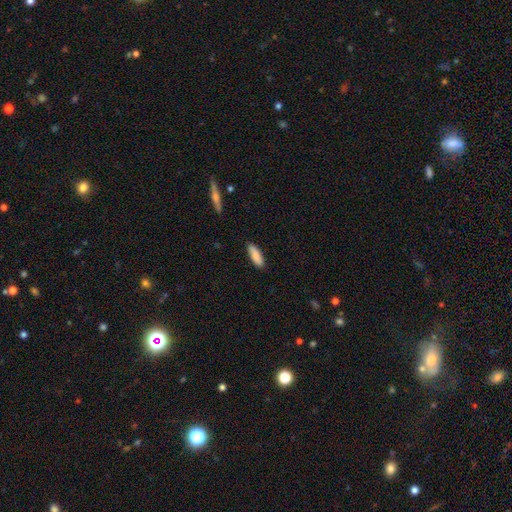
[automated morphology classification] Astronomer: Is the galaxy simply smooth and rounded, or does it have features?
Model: smooth — 87%.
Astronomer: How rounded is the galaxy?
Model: in between — 54% (runner-up: cigar-shaped, 44%).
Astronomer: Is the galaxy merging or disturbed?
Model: none — 86%.